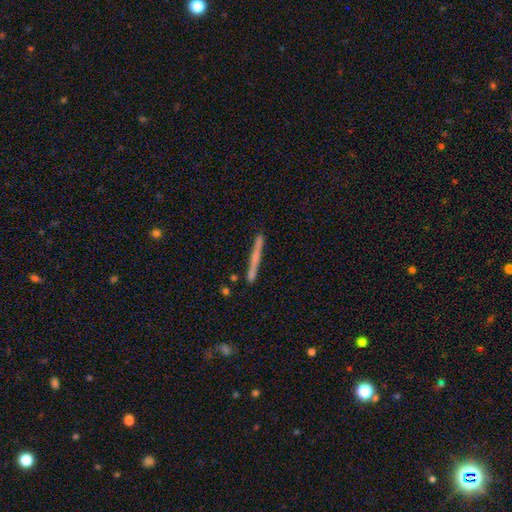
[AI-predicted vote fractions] Smooth or featured? Predicted: smooth (p=0.47). Merging? Predicted: none (p=0.84).